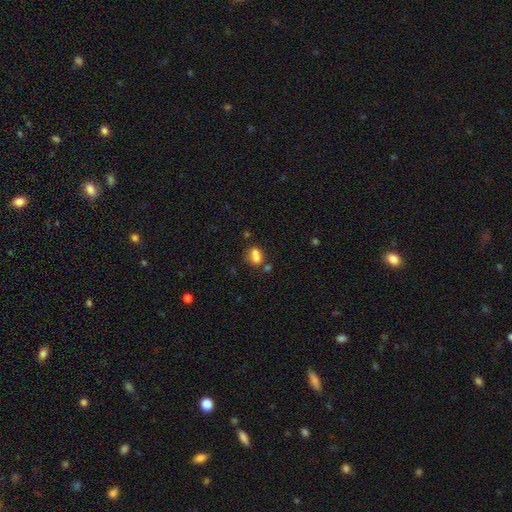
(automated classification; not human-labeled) Morphology: type=smooth (73%); roundness=in between (64%); merging=none (42%).